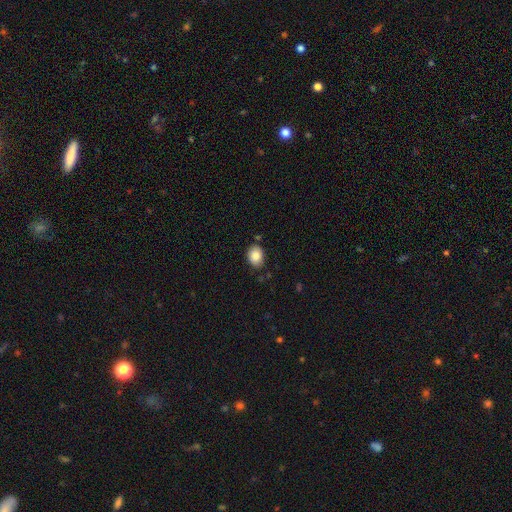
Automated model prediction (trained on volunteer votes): Overall: smooth (87%). How rounded: in between (64%; round 35%). Merging: none (79%).